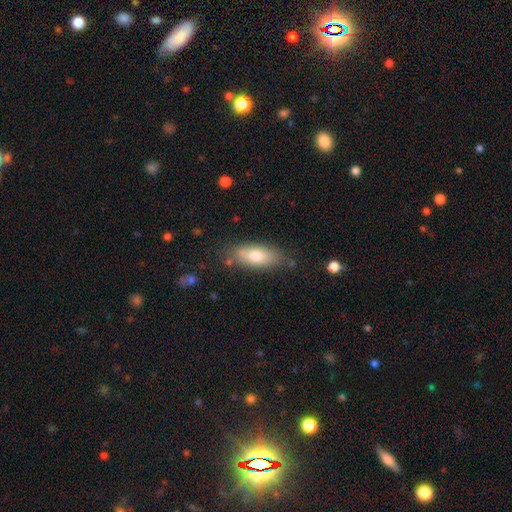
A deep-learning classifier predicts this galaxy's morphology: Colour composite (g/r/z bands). It shows a smooth galaxy with no disk features (74%) that is in between round and cigar-shaped (80%). Merging: none (76%).